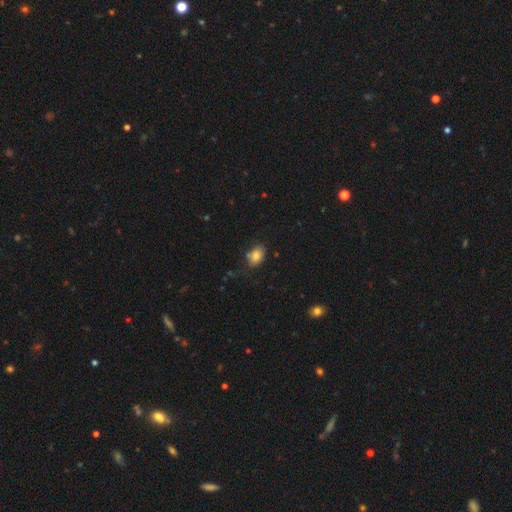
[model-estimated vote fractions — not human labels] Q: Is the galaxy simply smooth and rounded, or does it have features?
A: smooth — 82%.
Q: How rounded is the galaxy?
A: in between — 79%.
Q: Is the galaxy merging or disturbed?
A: none — 71%.